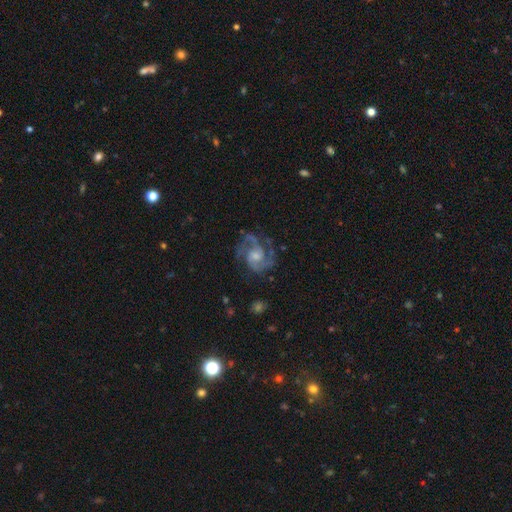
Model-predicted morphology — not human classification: smooth-or-featured: featured or disk: 90% | smooth: 5% | star or artifact: 5%
  disk-edge-on: no: 98% | yes: 2%
    bar: no: 62% | weak: 32% | strong: 6%
    has-spiral-arms: yes: 98% | no: 2%
      spiral-winding: medium: 56% | tight: 33% | loose: 12%
      spiral-arm-count: 2: 44% | 3: 35% | can't tell: 7% | 4: 5% | 1: 4% | more than 4: 4%
    bulge-size: moderate: 47% | small: 40% | none: 6% | large: 6% | dominant: 1%
  merging: none: 70% | minor disturbance: 18% | major disturbance: 11% | merger: 2%